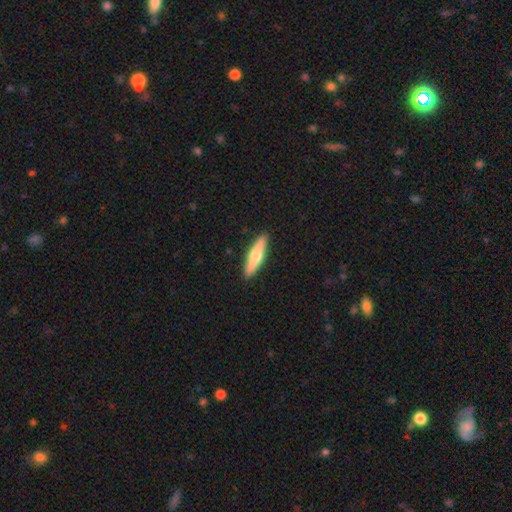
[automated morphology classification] Overall: smooth (57%; featured or disk 38%). How rounded: cigar-shaped (78%). Merging: none (91%).